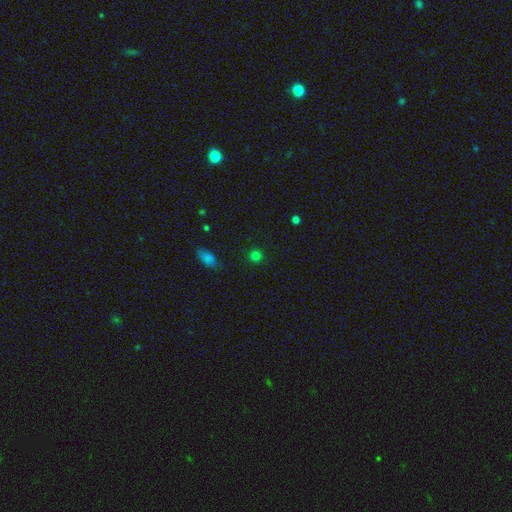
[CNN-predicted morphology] smooth_or_featured: smooth (p=0.78) [alt: star or artifact p=0.18]
how_rounded: round (p=0.92) [alt: in between p=0.07]
merging: none (p=0.89) [alt: minor disturbance p=0.07]